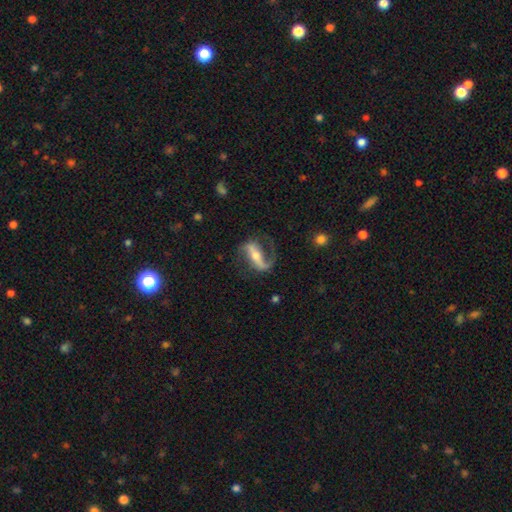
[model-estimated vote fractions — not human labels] This appears to be a featured or disk galaxy (85%) with a strong bar (63%), 2 (74%) loose (49%) spiral arms (93%) and a moderate central bulge (51%). Merging: none (66%).